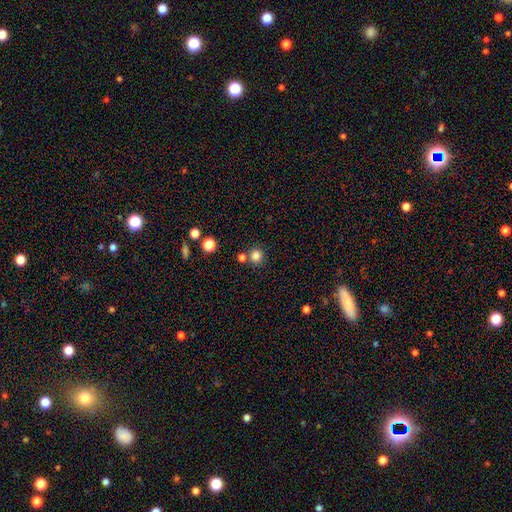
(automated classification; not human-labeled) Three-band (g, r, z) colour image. It shows a smooth galaxy with no disk features (83%) that is round (90%). Merging: none (75%).